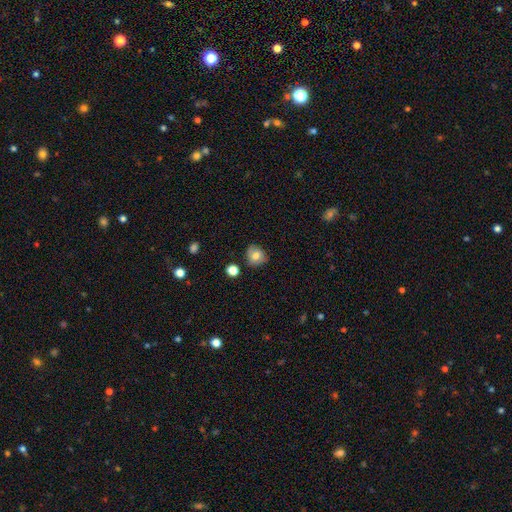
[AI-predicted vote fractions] Smooth or featured? Predicted: smooth (p=0.75). How rounded? Predicted: round (p=0.74). Merging? Predicted: none (p=0.75).